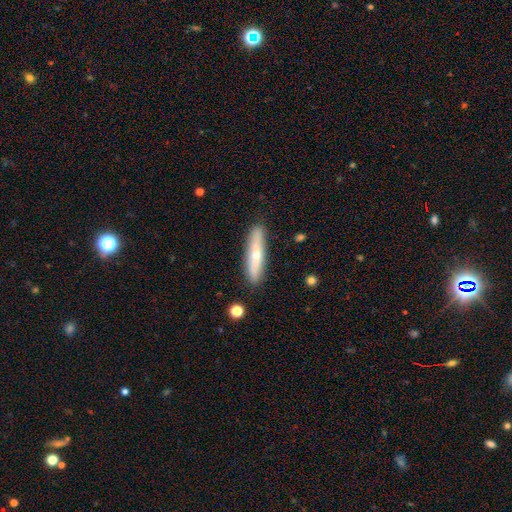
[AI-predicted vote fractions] This appears to be a smooth galaxy with no disk features (55%) that is cigar-shaped (82%). Merging: none (88%).